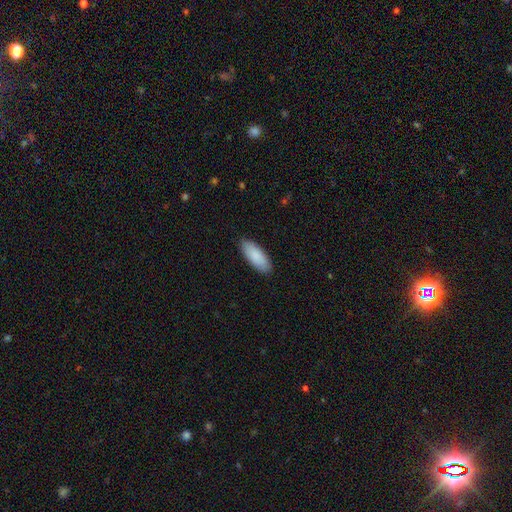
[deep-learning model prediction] Smooth or featured? Predicted: smooth (p=0.89). How rounded? Predicted: in between (p=0.79). Merging? Predicted: none (p=0.89).